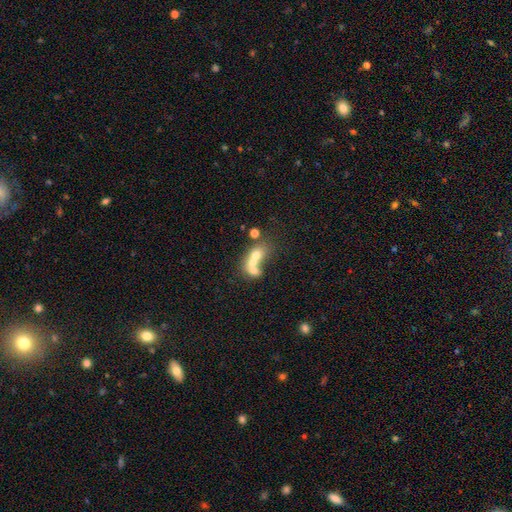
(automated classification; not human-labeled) smooth_or_featured: smooth (p=0.53) [alt: featured or disk p=0.32]
how_rounded: in between (p=0.48) [tied with: round p=0.48]
merging: merger (p=0.67) [alt: none p=0.21]